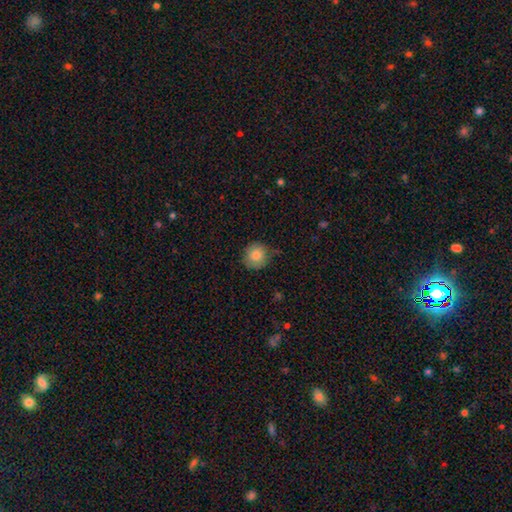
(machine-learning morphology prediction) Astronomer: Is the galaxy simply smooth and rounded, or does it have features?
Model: smooth — 85%.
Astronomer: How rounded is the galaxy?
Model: round — 91%.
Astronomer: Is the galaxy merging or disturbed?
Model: none — 79%.